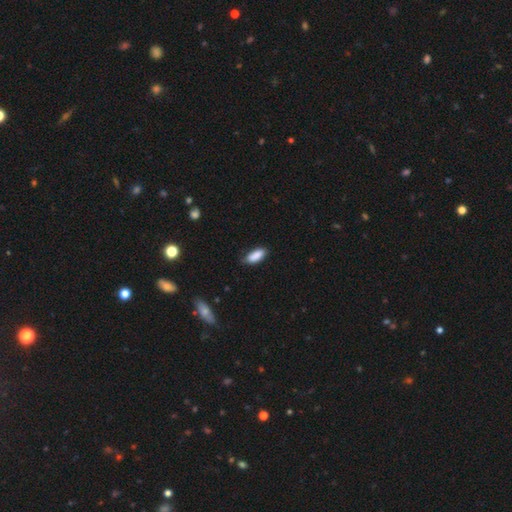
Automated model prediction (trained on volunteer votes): Overall: smooth (88%). How rounded: in between (82%). Merging: none (72%).